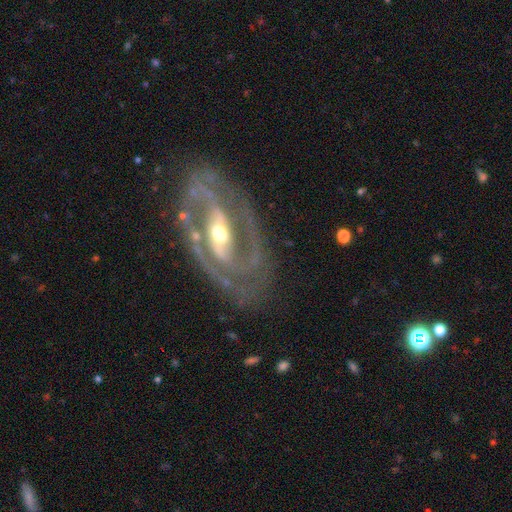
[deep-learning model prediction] featured or disk 90%, smooth 5%, star or artifact 5%. Down the decision tree: edge-on disk — no (94%); bar — strong (46%); spiral arms — yes (93%); spiral arm count — 2 (80%); spiral winding — tight (47%); bulge size — moderate (55%); merging — none (77%).